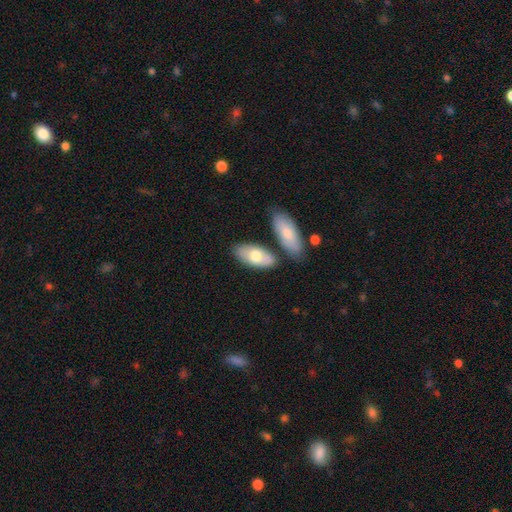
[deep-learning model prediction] This appears to be a smooth galaxy with no disk features (69%) that is in between round and cigar-shaped (91%). Merging: none (69%).